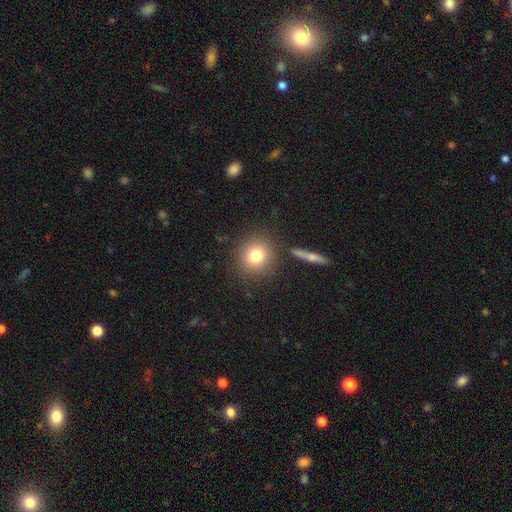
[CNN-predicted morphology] smooth 79%, star or artifact 11%, featured or disk 10%. Down the decision tree: how rounded — round (89%); merging — none (85%).